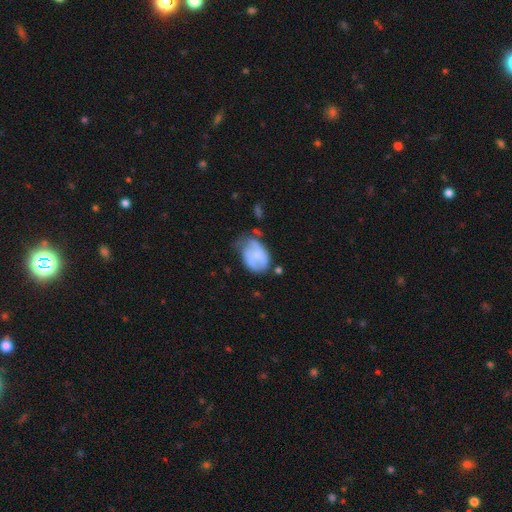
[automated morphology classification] A smooth galaxy with no disk features (53%) that is in between round and cigar-shaped (76%).

Vote fractions:
- Smooth or featured? smooth: 53% / featured or disk: 39% / star or artifact: 8%
- How rounded? in between: 76% / round: 23% / cigar-shaped: 1%
- Merging? minor disturbance: 37% / none: 31% / major disturbance: 25% / merger: 8%